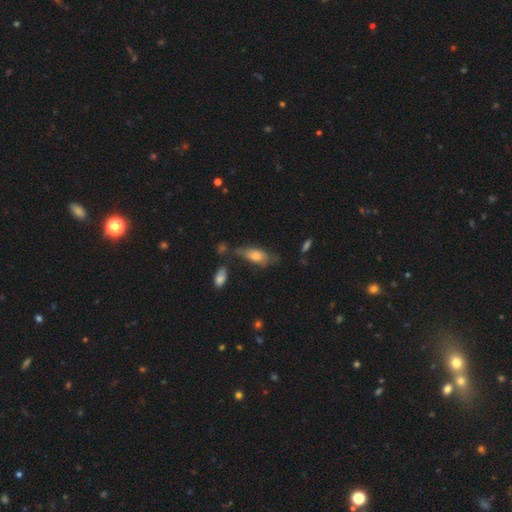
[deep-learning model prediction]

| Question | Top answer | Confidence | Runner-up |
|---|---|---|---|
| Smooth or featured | smooth | 69% | featured or disk (23%) |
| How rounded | in between | 78% | cigar-shaped (19%) |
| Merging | none | 45% | minor disturbance (30%) |